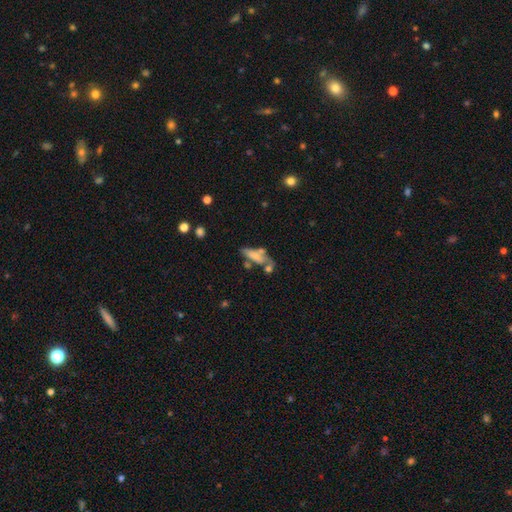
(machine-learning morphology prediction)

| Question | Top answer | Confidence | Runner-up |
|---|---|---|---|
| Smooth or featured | smooth | 60% | featured or disk (31%) |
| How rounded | in between | 54% | cigar-shaped (43%) |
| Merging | merger | 33% | tied: none (33%) |